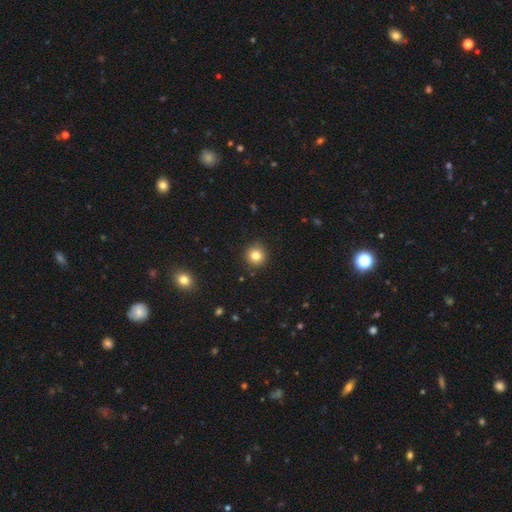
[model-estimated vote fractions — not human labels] The model was most divided on "smooth or featured": smooth: 82%, star or artifact: 11%, featured or disk: 7%. More confident: how rounded — round (93%); merging — none (91%).